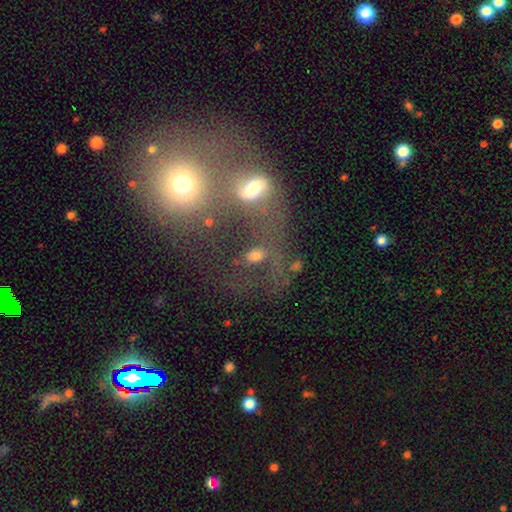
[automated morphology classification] smooth 48%, featured or disk 32%, star or artifact 20%. Down the decision tree: merging — merger (49%).